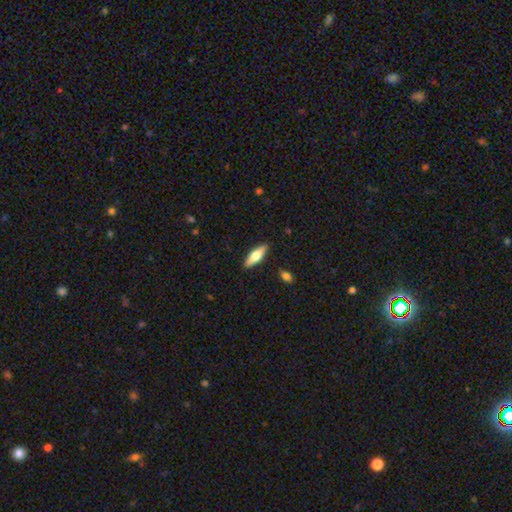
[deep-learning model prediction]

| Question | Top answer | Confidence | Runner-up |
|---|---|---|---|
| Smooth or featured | featured or disk | 48% | smooth (46%) |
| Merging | none | 90% | minor disturbance (7%) |